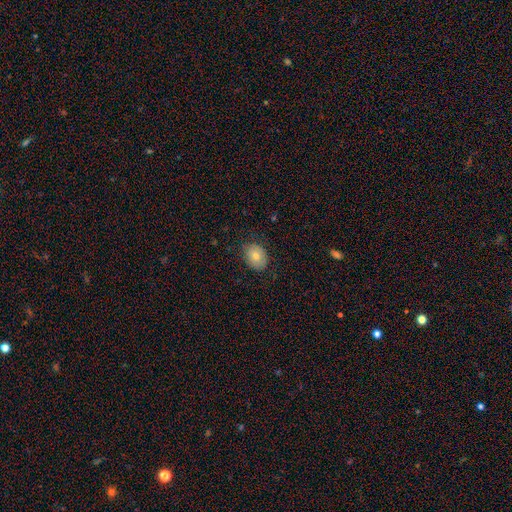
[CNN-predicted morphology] Q: Smooth or featured?
A: smooth (77%); runner-up: featured or disk (15%)
Q: How rounded?
A: in between (63%); runner-up: round (36%)
Q: Merging?
A: none (80%); runner-up: minor disturbance (16%)